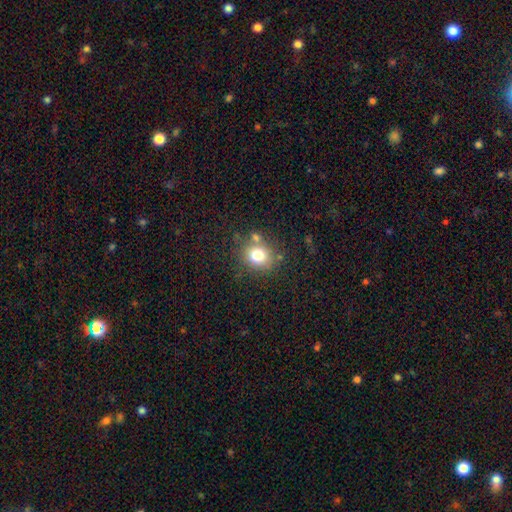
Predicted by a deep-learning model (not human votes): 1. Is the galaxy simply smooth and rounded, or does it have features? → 76% smooth, 13% star or artifact, 11% featured or disk.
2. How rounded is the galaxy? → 68% round, 31% in between, 1% cigar-shaped.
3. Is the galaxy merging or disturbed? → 70% none, 14% minor disturbance, 11% merger, 5% major disturbance.